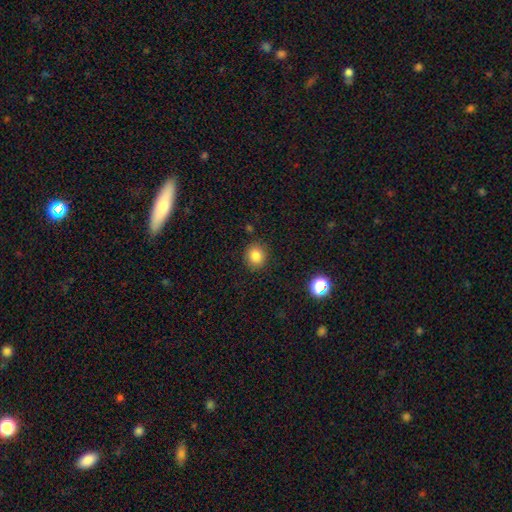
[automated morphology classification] Overall: smooth (83%). How rounded: round (82%). Merging: none (88%).